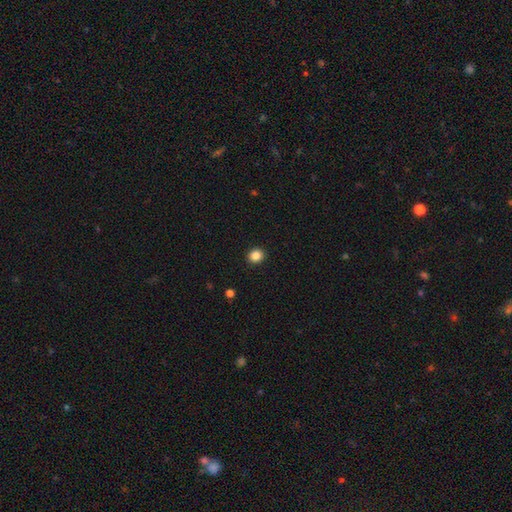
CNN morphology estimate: Smooth or featured? smooth (86%)
How rounded? round (79%)
Merging? none (92%)